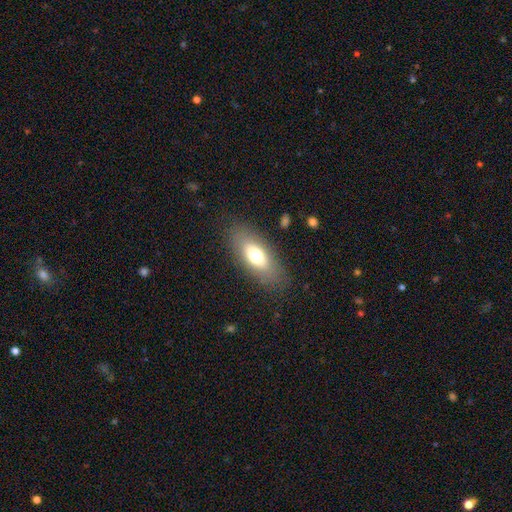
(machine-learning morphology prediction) This appears to be a smooth galaxy with no disk features (66%) that is in between round and cigar-shaped (82%). Merging: none (82%).